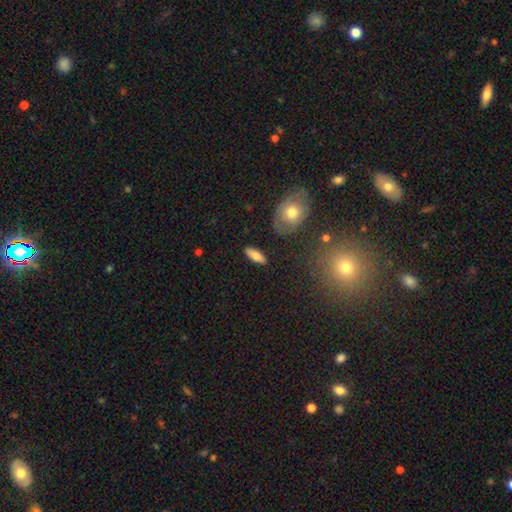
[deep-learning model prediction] A smooth galaxy with no disk features (73%) that is in between round and cigar-shaped (67%). Merging: none (87%).